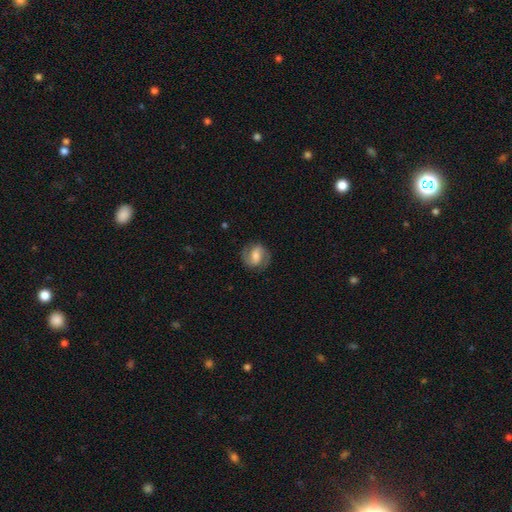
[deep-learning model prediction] Smooth or featured? featured or disk (70%)
Edge-on disk? no (97%)
Bar? weak (45%)
Spiral arms? yes (91%)
Spiral winding? medium (50%)
Spiral arm count? 2 (90%)
Bulge size? moderate (49%)
Merging? none (82%)